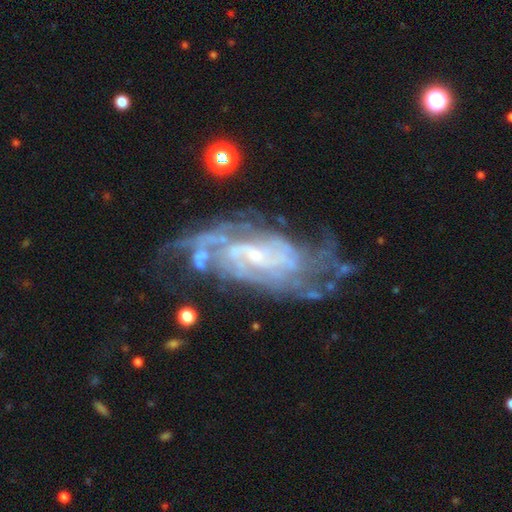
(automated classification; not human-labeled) This appears to be a featured or disk galaxy (88%) with no bar (45%), tight (58%) spiral arms (96%) and a small central bulge (75%). Merging: none (60%).